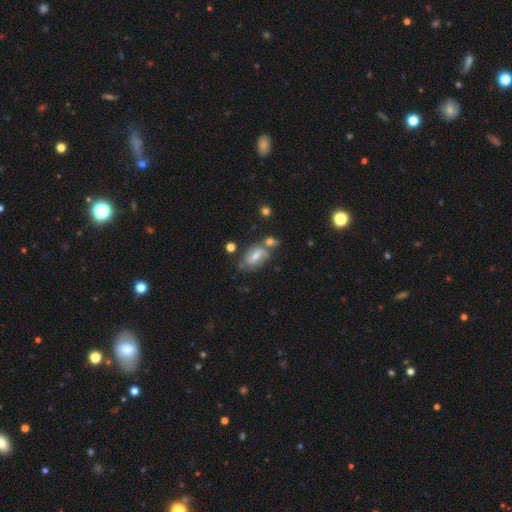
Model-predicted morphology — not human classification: Smooth or featured: featured or disk — 51% (smooth — 38%)
Edge-on disk: no — 89% (yes — 11%)
Merging: none — 52% (merger — 21%)